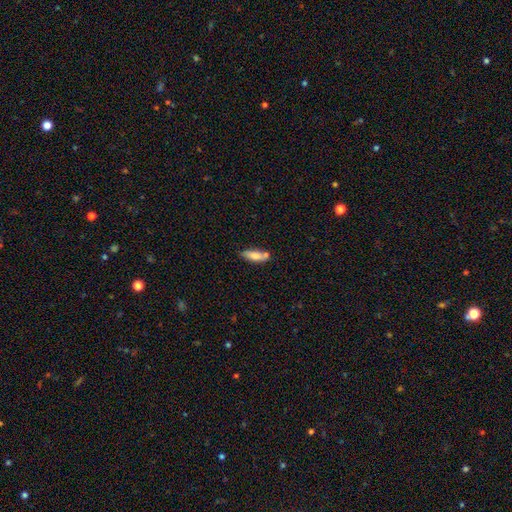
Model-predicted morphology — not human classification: A smooth galaxy with no disk features (73%) that is in between round and cigar-shaped (50%).

Vote fractions:
- Smooth or featured? smooth: 73% / featured or disk: 20% / star or artifact: 7%
- How rounded? in between: 50% / cigar-shaped: 48% / round: 2%
- Merging? none: 61% / merger: 18% / minor disturbance: 17% / major disturbance: 4%